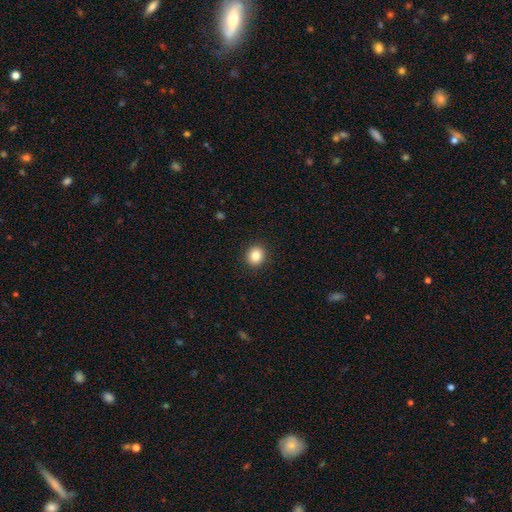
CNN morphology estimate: smooth-or-featured: smooth: 84% | star or artifact: 10% | featured or disk: 5%
  how-rounded: round: 87% | in between: 12% | cigar-shaped: 1%
  merging: none: 92% | minor disturbance: 5% | major disturbance: 2% | merger: 1%